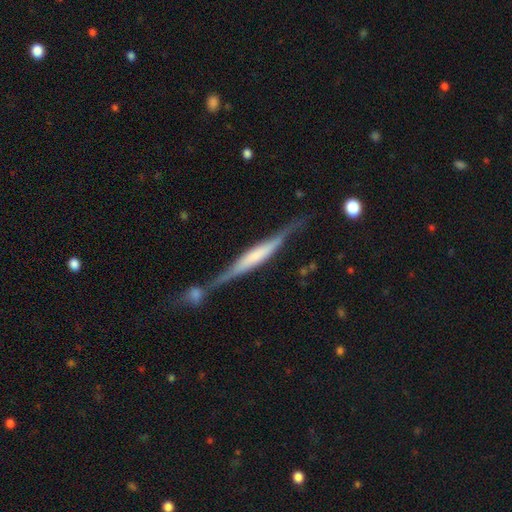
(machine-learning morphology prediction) Smooth or featured? Predicted: featured or disk (p=0.70). Edge-on disk? Predicted: yes (p=0.95). Edge-on bulge? Predicted: boxy (p=0.52). Merging? Predicted: none (p=0.54).